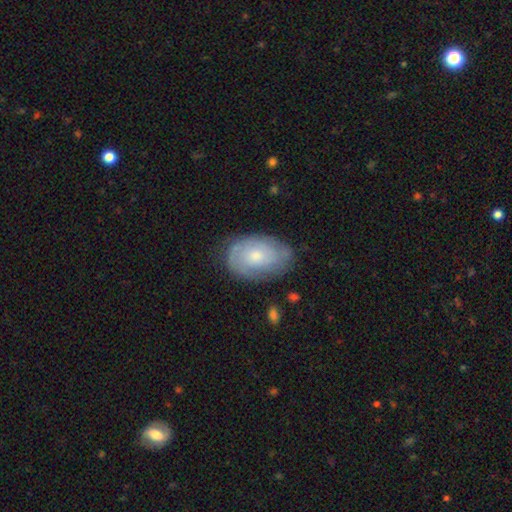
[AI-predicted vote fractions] A featured or disk galaxy (54%) with no bar (83%), spiral arms (73%) and a small central bulge (53%). Merging: none (71%).